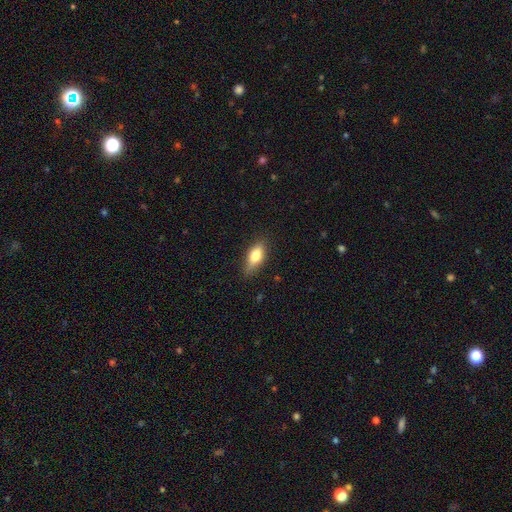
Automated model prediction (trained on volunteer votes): Morphology: type=smooth (69%); roundness=in between (74%); merging=none (80%).